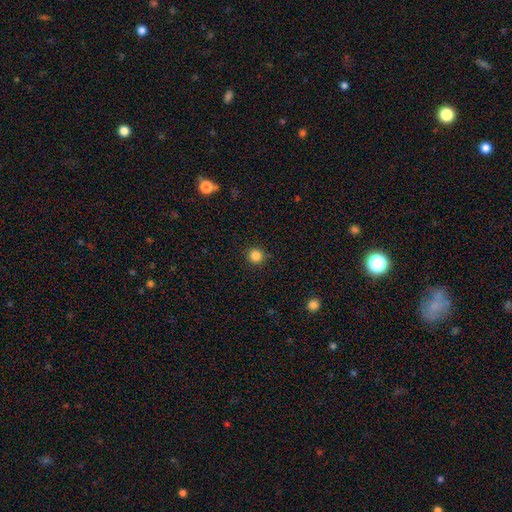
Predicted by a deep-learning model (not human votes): A smooth galaxy with no disk features (85%) that is round (95%). Merging: none (90%).